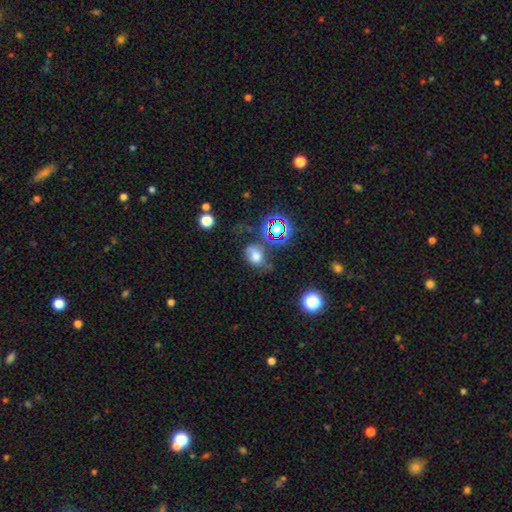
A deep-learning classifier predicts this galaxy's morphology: The model was most divided on "merging": none: 37%, minor disturbance: 28%, major disturbance: 25%, merger: 10%. More confident: how rounded — in between (64%); smooth or featured — smooth (57%).